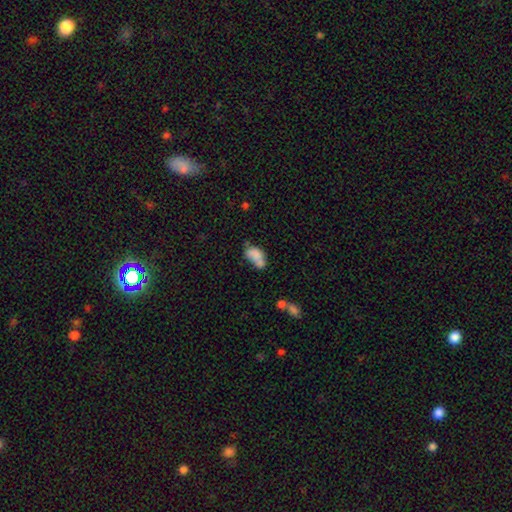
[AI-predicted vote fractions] Smooth or featured?
  - smooth: 70% *
  - featured or disk: 20%
  - star or artifact: 9%
How rounded?
  - in between: 85% *
  - round: 13%
  - cigar-shaped: 2%
Merging?
  - merger: 39% *
  - none: 27%
  - minor disturbance: 21%
  - major disturbance: 13%